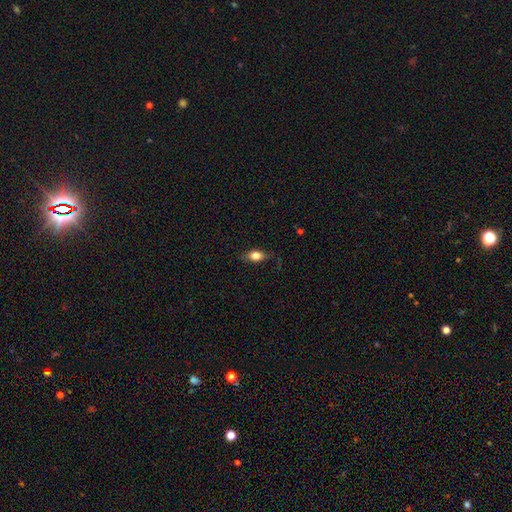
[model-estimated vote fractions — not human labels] This is likely a smooth galaxy (74%). How rounded: likely in between (77%). Merging: likely none (77%).